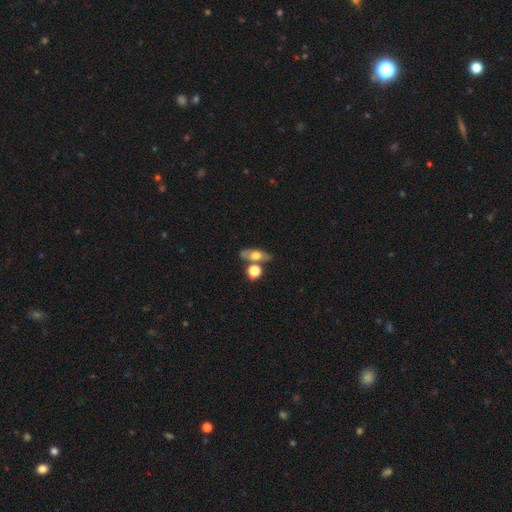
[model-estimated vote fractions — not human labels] smooth_or_featured: smooth (p=0.50) [alt: featured or disk p=0.39]
how_rounded: in between (p=0.61) [alt: round p=0.20]
merging: none (p=0.61) [alt: merger p=0.21]